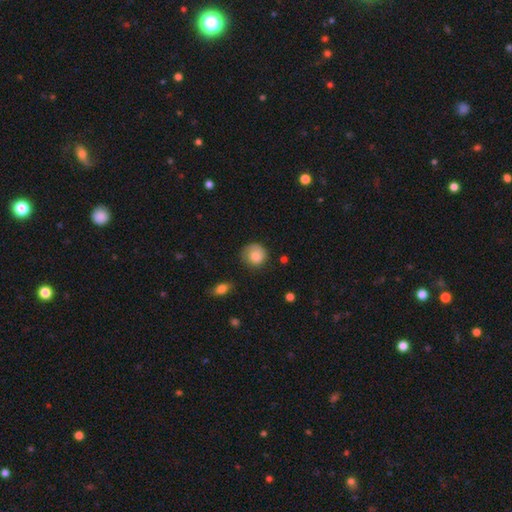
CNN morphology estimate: Smooth or featured? smooth (80%)
How rounded? round (85%)
Merging? none (65%)